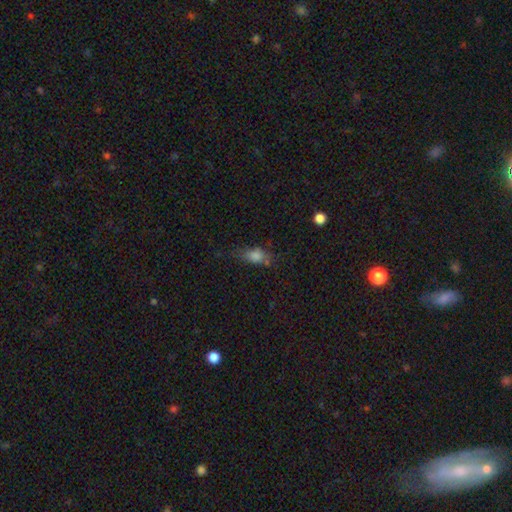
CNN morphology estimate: smooth 70%, featured or disk 16%, star or artifact 15%. Down the decision tree: how rounded — in between (69%); merging — none (56%).